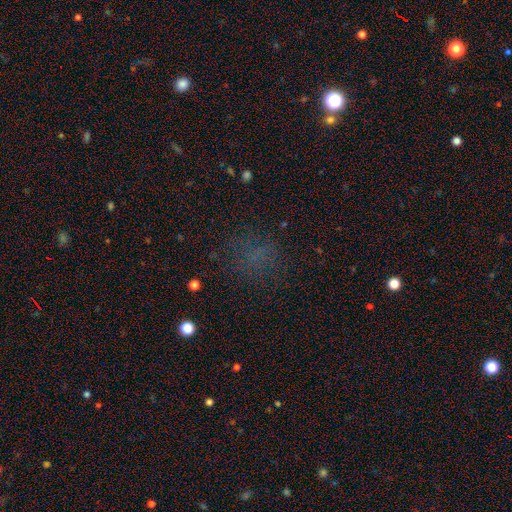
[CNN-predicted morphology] Smooth or featured?
  - smooth: 53% *
  - star or artifact: 35%
  - featured or disk: 12%
How rounded?
  - round: 73% *
  - in between: 25%
  - cigar-shaped: 2%
Merging?
  - none: 73% *
  - minor disturbance: 14%
  - major disturbance: 11%
  - merger: 2%